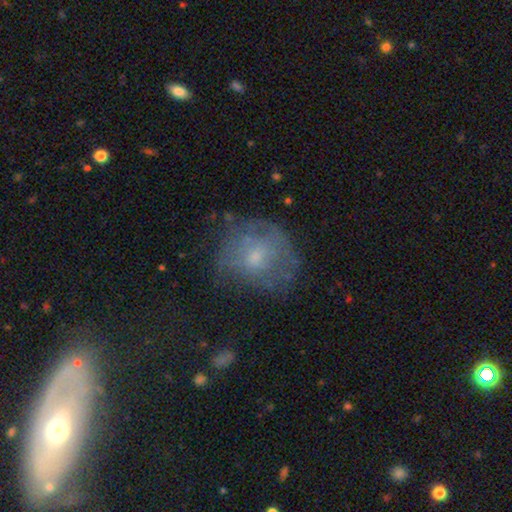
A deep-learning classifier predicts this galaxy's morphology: This appears to be a featured or disk galaxy (44%, tied with smooth). Merging: none (56%).